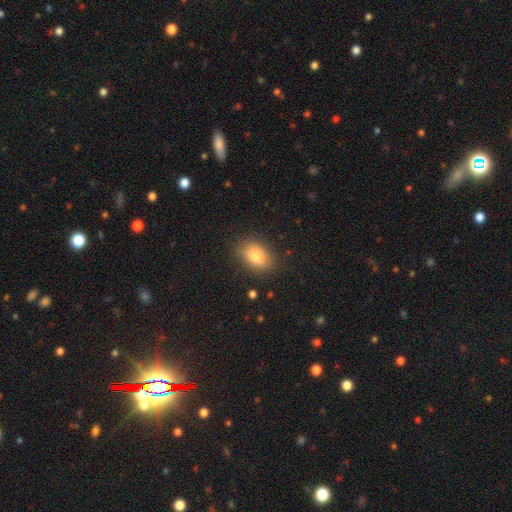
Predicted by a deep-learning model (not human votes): smooth-or-featured: smooth: 83% | featured or disk: 9% | star or artifact: 8%
  how-rounded: in between: 84% | round: 14% | cigar-shaped: 2%
  merging: none: 83% | minor disturbance: 12% | major disturbance: 3% | merger: 1%